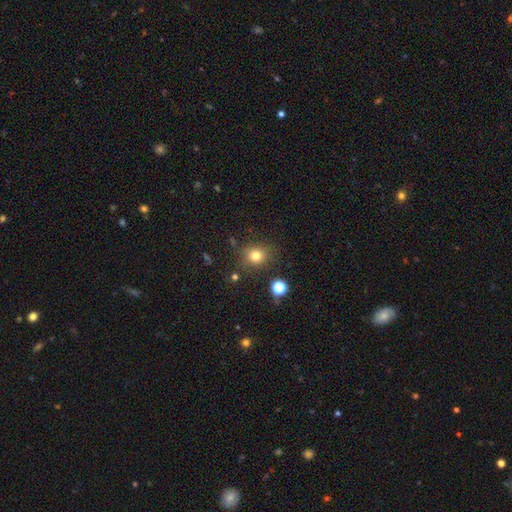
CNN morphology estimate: Smooth or featured: smooth — 78% (star or artifact — 15%)
How rounded: round — 71% (in between — 28%)
Merging: none — 81% (minor disturbance — 12%)